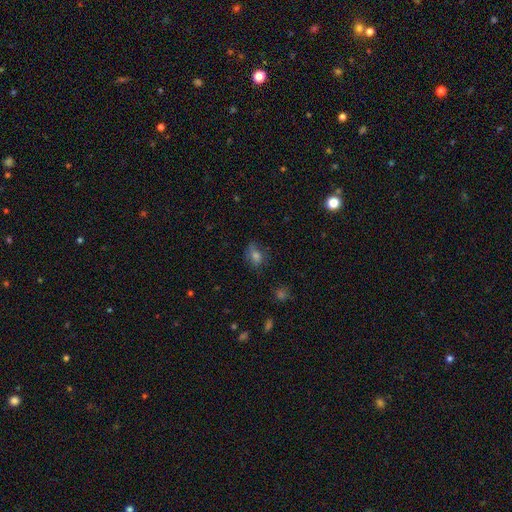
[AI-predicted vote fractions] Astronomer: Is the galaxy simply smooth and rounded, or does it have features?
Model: smooth — 68%.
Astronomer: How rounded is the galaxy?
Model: in between — 61% (runner-up: round, 37%).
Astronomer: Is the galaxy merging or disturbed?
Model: none — 63%.